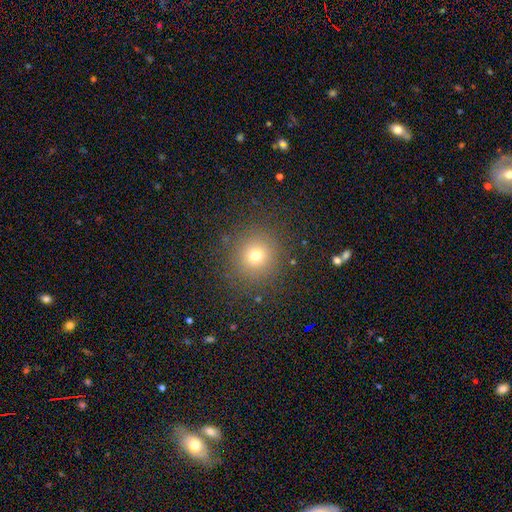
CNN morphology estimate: A smooth galaxy with no disk features (70%) that is round (91%). Merging: none (87%).